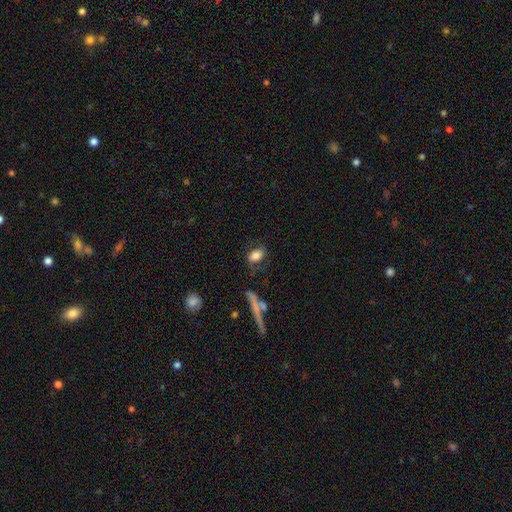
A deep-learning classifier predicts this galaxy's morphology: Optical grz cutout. It shows a smooth galaxy with no disk features (75%) that is in between round and cigar-shaped (85%). Merging: none (65%).